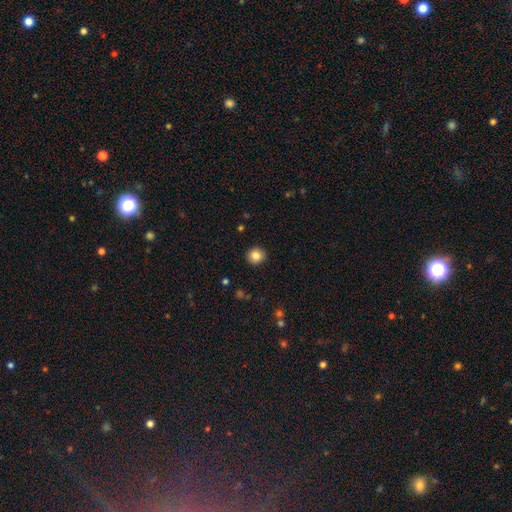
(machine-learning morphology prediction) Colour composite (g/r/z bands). It shows a smooth galaxy with no disk features (83%) that is round (92%). Merging: none (92%).